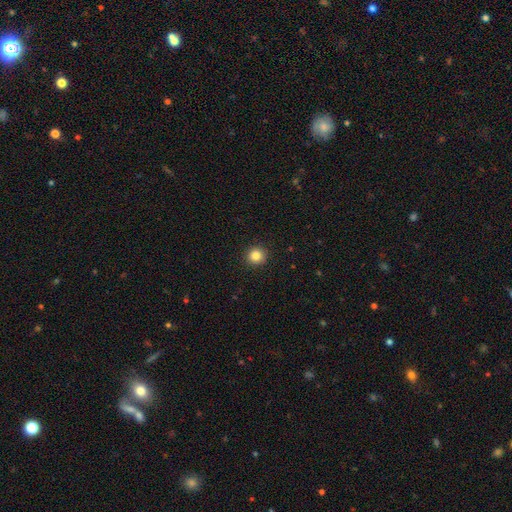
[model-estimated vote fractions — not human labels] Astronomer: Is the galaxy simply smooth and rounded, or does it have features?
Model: smooth — 83%.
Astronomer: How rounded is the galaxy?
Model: round — 94%.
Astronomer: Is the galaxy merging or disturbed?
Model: none — 93%.